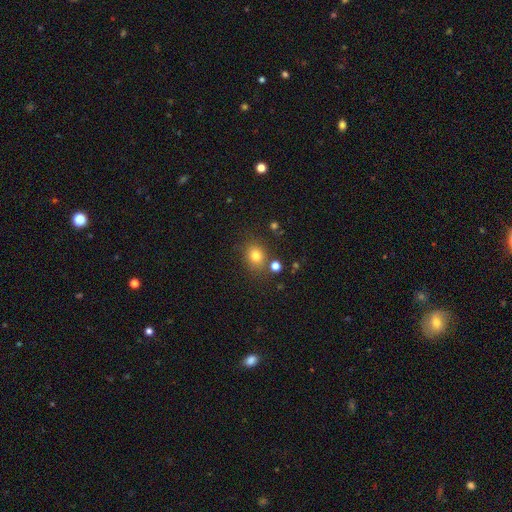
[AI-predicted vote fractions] Overall: smooth (77%). How rounded: round (60%; in between 39%). Merging: none (76%).